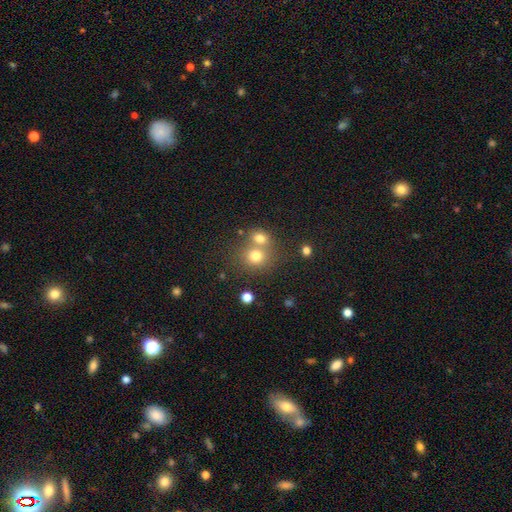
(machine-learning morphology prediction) Smooth or featured?
  - smooth: 75% *
  - star or artifact: 14%
  - featured or disk: 11%
How rounded?
  - round: 80% *
  - in between: 19%
  - cigar-shaped: 1%
Merging?
  - none: 46% *
  - merger: 43%
  - minor disturbance: 7%
  - major disturbance: 3%